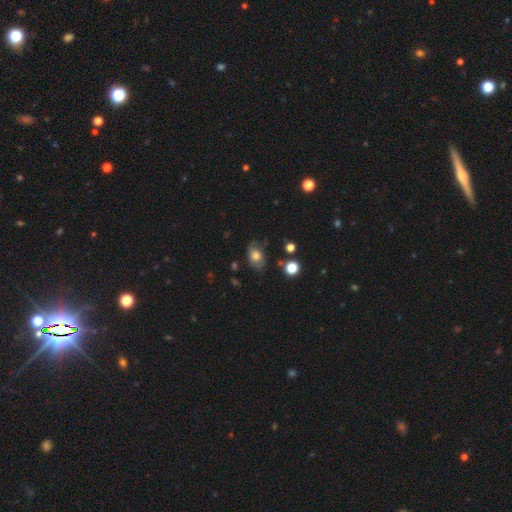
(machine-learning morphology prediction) smooth 65%, featured or disk 24%, star or artifact 10%. Down the decision tree: how rounded — in between (78%); merging — none (69%).